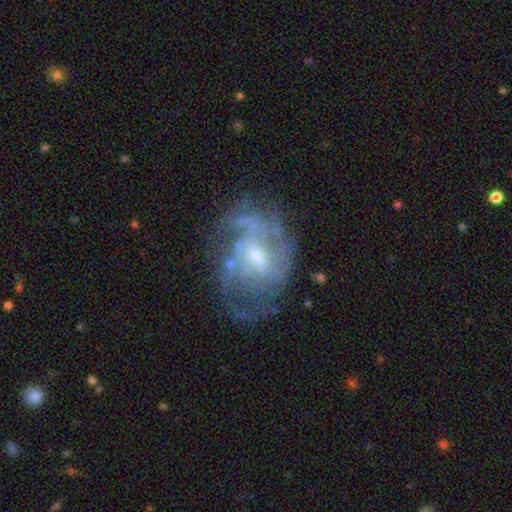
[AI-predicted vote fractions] Q: Smooth or featured?
A: featured or disk (82%); runner-up: smooth (11%)
Q: Edge-on disk?
A: no (97%); runner-up: yes (3%)
Q: Bar?
A: weak (48%); runner-up: no (43%)
Q: Spiral arms?
A: yes (84%); runner-up: no (16%)
Q: Spiral winding?
A: medium (43%); runner-up: tight (39%)
Q: Spiral arm count?
A: can't tell (37%); runner-up: 2 (27%)
Q: Bulge size?
A: moderate (48%); runner-up: small (45%)
Q: Merging?
A: none (56%); runner-up: minor disturbance (22%)